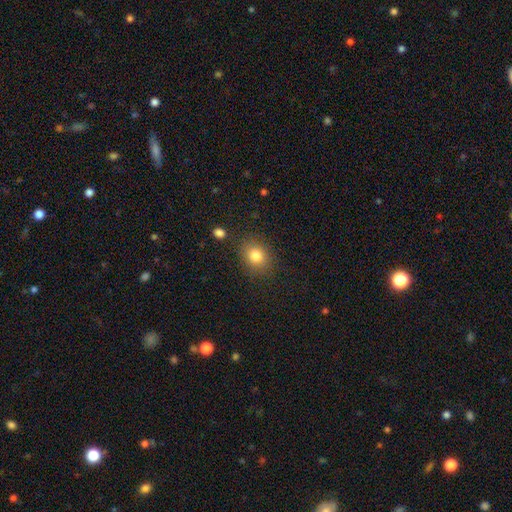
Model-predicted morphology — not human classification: A smooth galaxy with no disk features (82%) that is round (61%). Merging: none (84%).